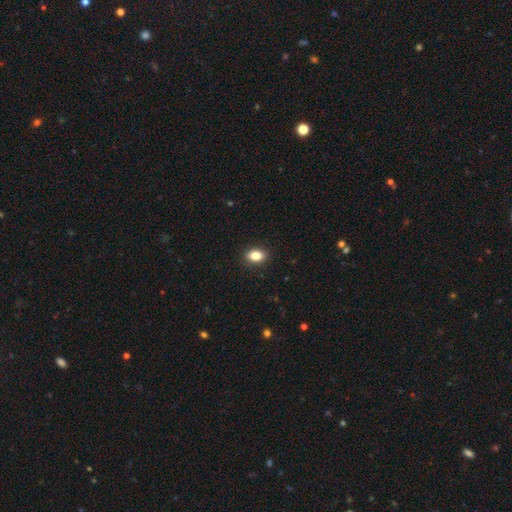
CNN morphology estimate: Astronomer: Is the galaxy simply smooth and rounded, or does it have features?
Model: smooth — 84%.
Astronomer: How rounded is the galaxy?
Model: in between — 77%.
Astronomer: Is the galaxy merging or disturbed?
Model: none — 90%.